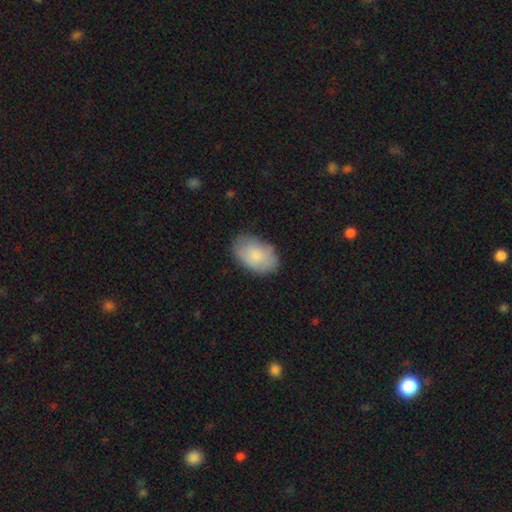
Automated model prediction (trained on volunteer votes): Morphology: type=smooth (79%); roundness=in between (91%); merging=none (78%).